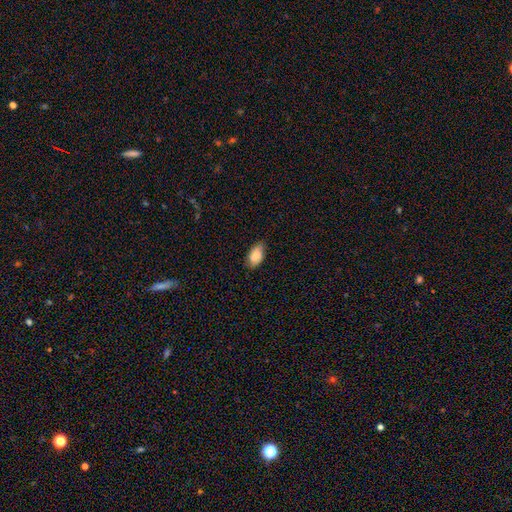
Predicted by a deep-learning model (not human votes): Smooth or featured?
  - smooth: 85% *
  - featured or disk: 8%
  - star or artifact: 7%
How rounded?
  - in between: 93% *
  - round: 5%
  - cigar-shaped: 2%
Merging?
  - none: 70% *
  - minor disturbance: 25%
  - major disturbance: 4%
  - merger: 1%